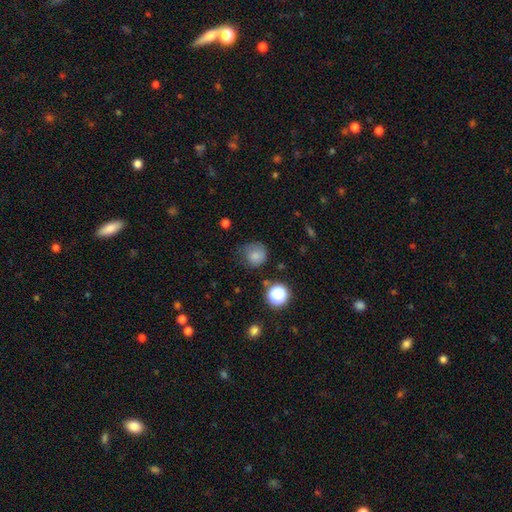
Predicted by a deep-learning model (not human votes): smooth-or-featured: smooth: 77% | star or artifact: 13% | featured or disk: 10%
  how-rounded: round: 86% | in between: 13% | cigar-shaped: 1%
  merging: none: 55% | minor disturbance: 29% | major disturbance: 13% | merger: 3%